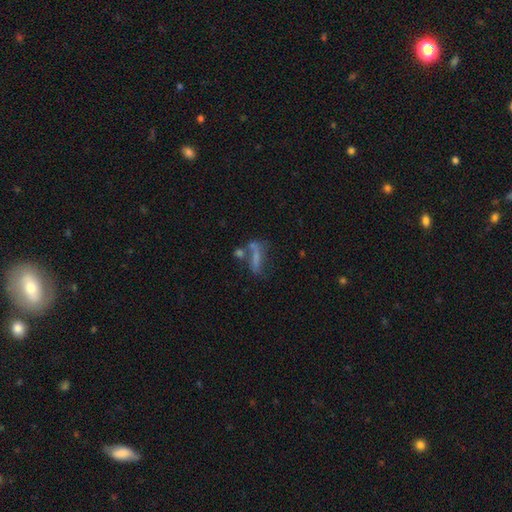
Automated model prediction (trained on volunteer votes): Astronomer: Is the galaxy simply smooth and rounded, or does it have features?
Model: smooth — 52% (runner-up: featured or disk, 32%).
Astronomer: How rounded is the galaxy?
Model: cigar-shaped — 66%.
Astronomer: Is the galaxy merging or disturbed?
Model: none — 38% (runner-up: merger, 29%).